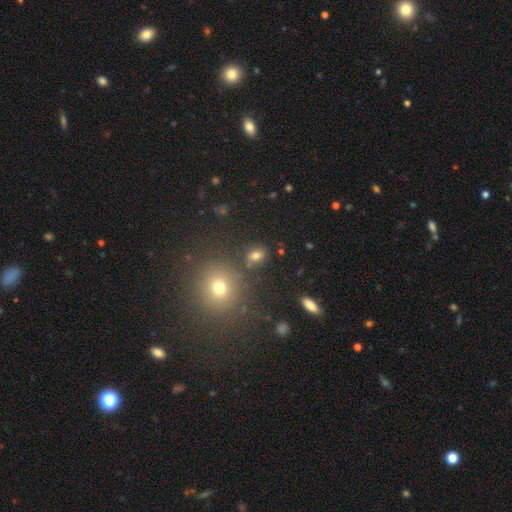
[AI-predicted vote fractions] Q: Smooth or featured?
A: smooth (74%); runner-up: star or artifact (18%)
Q: How rounded?
A: in between (59%); runner-up: round (39%)
Q: Merging?
A: none (78%); runner-up: minor disturbance (11%)